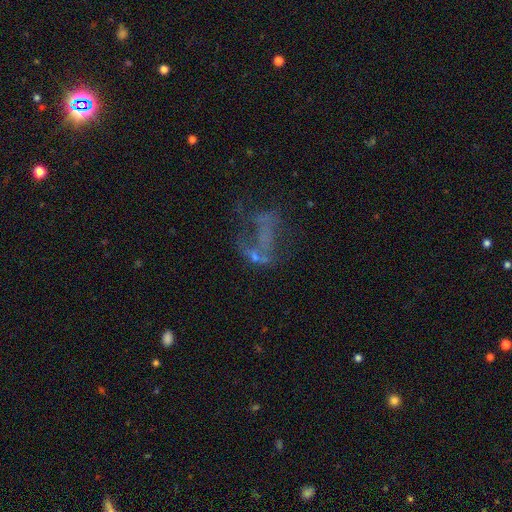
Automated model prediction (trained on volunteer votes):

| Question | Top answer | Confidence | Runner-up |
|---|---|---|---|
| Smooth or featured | featured or disk | 53% | star or artifact (24%) |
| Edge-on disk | no | 96% | yes (4%) |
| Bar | no | 85% | weak (11%) |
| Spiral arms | no | 86% | yes (14%) |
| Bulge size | none | 78% | small (12%) |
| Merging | major disturbance | 40% | none (32%) |